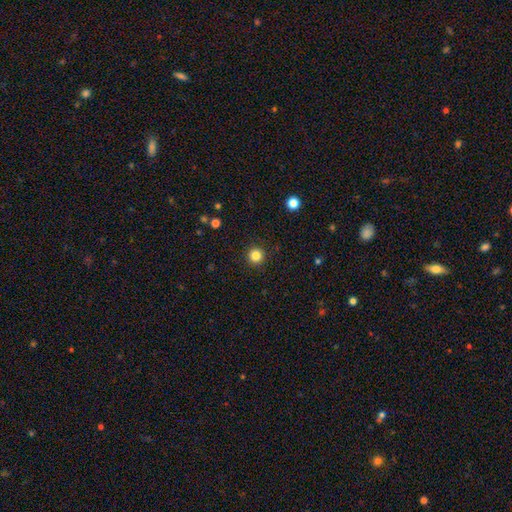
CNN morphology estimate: type=smooth (84%); roundness=round (96%); merging=none (93%).